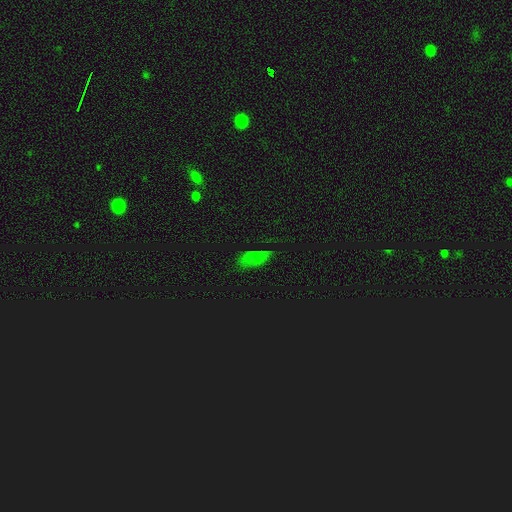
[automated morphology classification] This is possibly a smooth galaxy (52%). How rounded: clearly in between (85%). Merging: possibly none (59%).